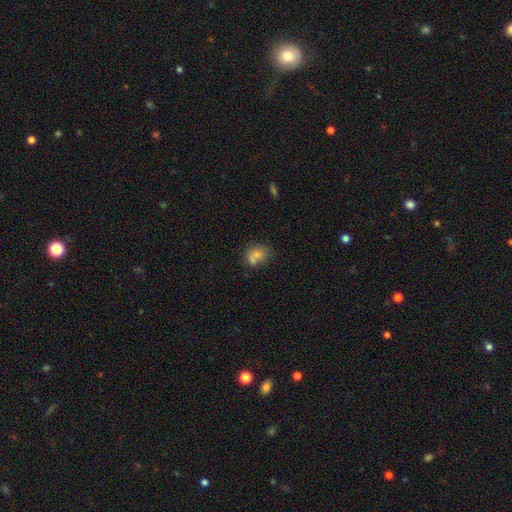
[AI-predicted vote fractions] smooth 73%, featured or disk 16%, star or artifact 11%. Down the decision tree: how rounded — in between (50%); merging — merger (48%).